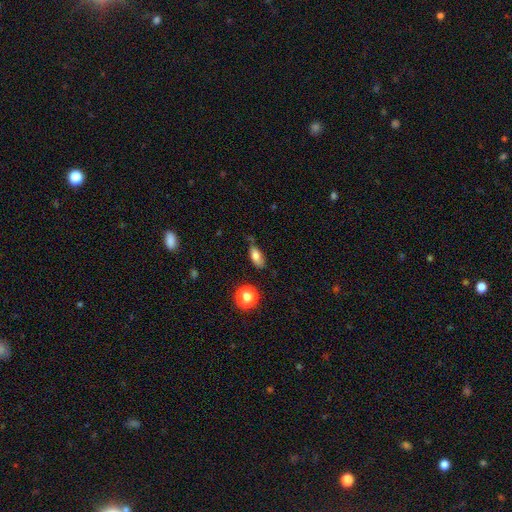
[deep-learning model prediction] A smooth galaxy with no disk features (76%) that is in between round and cigar-shaped (82%).

Vote fractions:
- Smooth or featured? smooth: 76% / featured or disk: 13% / star or artifact: 11%
- How rounded? in between: 82% / cigar-shaped: 10% / round: 8%
- Merging? none: 61% / minor disturbance: 28% / major disturbance: 7% / merger: 4%